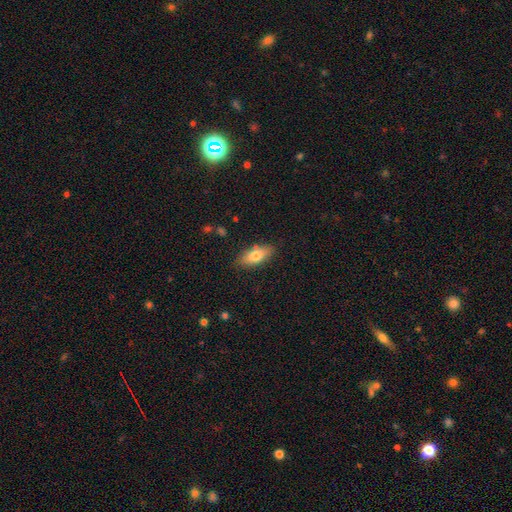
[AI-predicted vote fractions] Overall: smooth (74%). How rounded: in between (80%). Merging: none (84%).